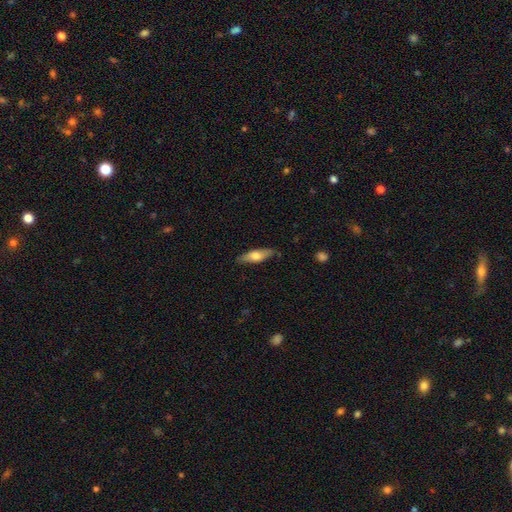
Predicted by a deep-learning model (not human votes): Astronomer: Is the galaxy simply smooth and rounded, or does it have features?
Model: smooth — 59% (runner-up: featured or disk, 35%).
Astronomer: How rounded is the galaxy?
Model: cigar-shaped — 50% (runner-up: in between, 47%).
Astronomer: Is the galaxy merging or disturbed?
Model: none — 83%.